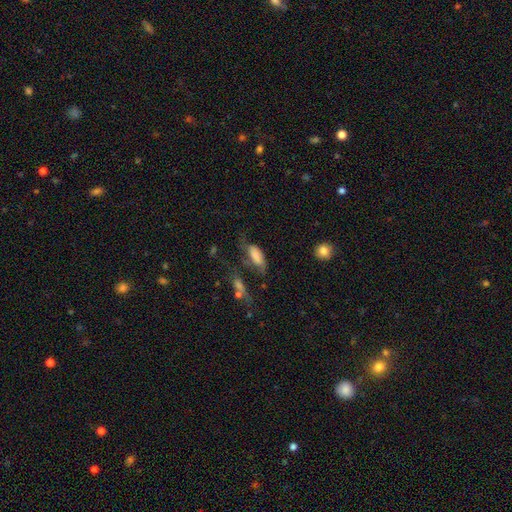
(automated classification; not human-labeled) smooth_or_featured: smooth (p=0.68) [alt: featured or disk p=0.23]
how_rounded: in between (p=0.82) [alt: cigar-shaped p=0.15]
merging: major disturbance (p=0.37) [alt: none p=0.28]